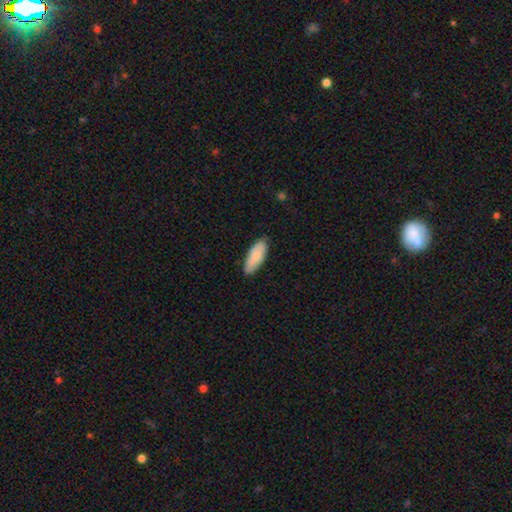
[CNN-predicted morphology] smooth 82%, featured or disk 13%, star or artifact 6%. Down the decision tree: how rounded — in between (75%); merging — none (79%).